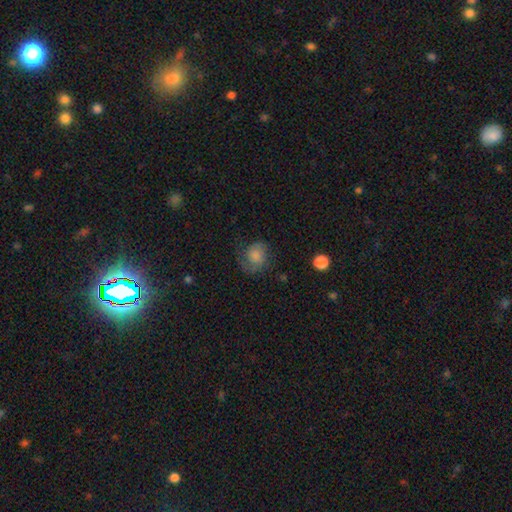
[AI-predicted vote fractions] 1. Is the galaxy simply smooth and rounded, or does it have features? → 61% smooth, 30% featured or disk, 10% star or artifact.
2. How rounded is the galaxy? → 69% round, 30% in between, 1% cigar-shaped.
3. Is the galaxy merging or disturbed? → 57% none, 24% minor disturbance, 17% major disturbance, 2% merger.